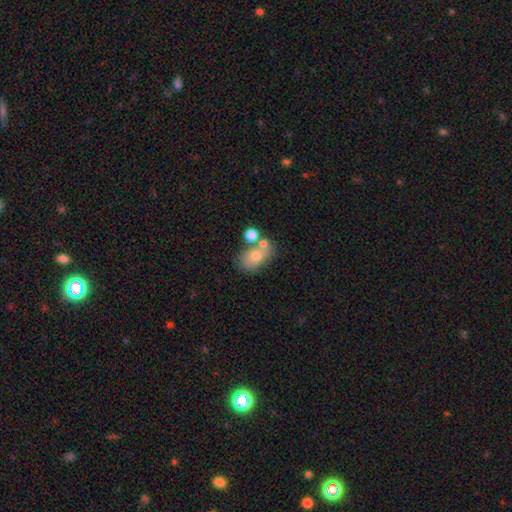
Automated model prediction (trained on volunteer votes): This is likely a smooth galaxy (68%). How rounded: likely in between (72%). Merging: marginally none (43%).